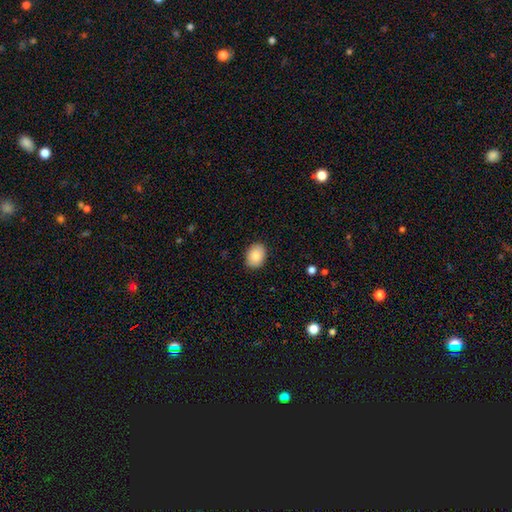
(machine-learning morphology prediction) A smooth galaxy with no disk features (87%) that is in between round and cigar-shaped (69%). Merging: none (88%).